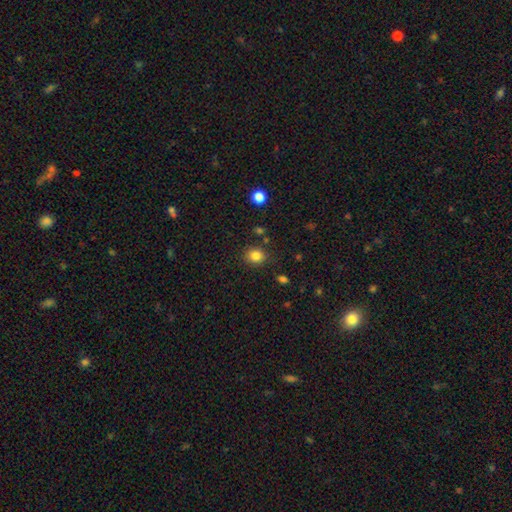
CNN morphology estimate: A smooth galaxy with no disk features (83%) that is round (72%).

Vote fractions:
- Smooth or featured? smooth: 83% / star or artifact: 12% / featured or disk: 5%
- How rounded? round: 72% / in between: 27% / cigar-shaped: 1%
- Merging? none: 85% / minor disturbance: 9% / merger: 3% / major disturbance: 3%